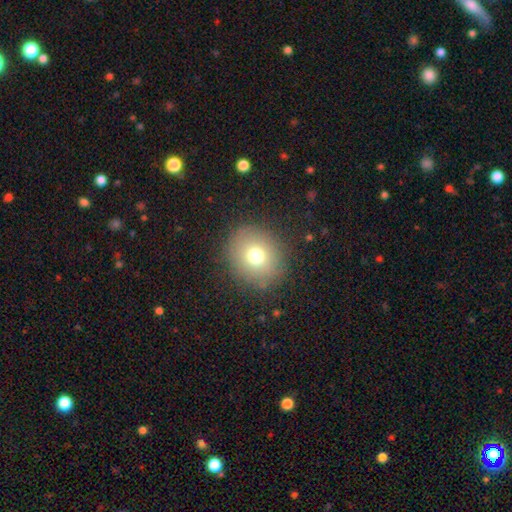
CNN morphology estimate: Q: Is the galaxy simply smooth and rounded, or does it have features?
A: smooth — 73%.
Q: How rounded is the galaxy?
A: round — 81%.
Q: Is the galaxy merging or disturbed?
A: none — 86%.